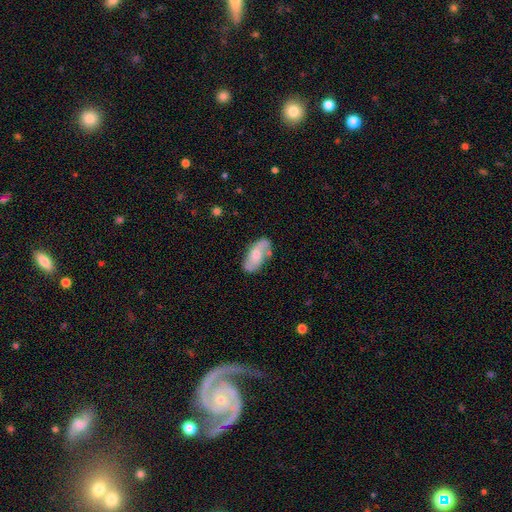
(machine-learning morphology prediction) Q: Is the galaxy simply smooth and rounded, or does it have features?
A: smooth — 52%.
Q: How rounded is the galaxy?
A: in between — 89%.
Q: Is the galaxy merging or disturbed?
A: none — 67%.